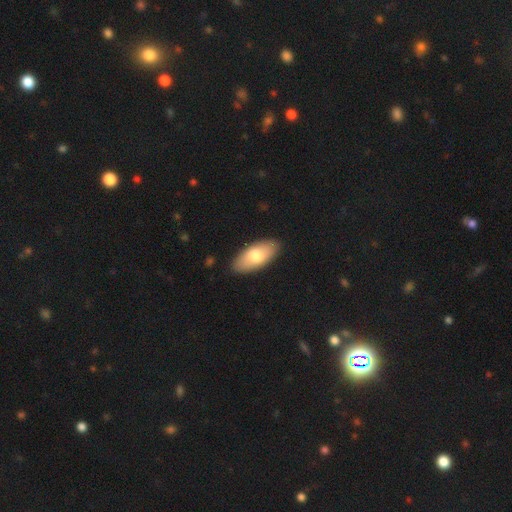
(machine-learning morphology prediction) smooth_or_featured: smooth (p=0.73) [alt: featured or disk p=0.22]
how_rounded: in between (p=0.90) [alt: cigar-shaped p=0.08]
merging: none (p=0.88) [alt: minor disturbance p=0.09]